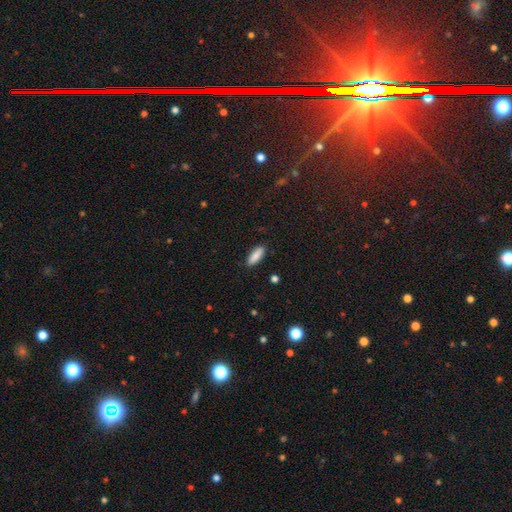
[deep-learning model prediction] Q: Smooth or featured?
A: smooth (85%); runner-up: featured or disk (8%)
Q: How rounded?
A: in between (62%); runner-up: cigar-shaped (36%)
Q: Merging?
A: none (88%); runner-up: minor disturbance (9%)